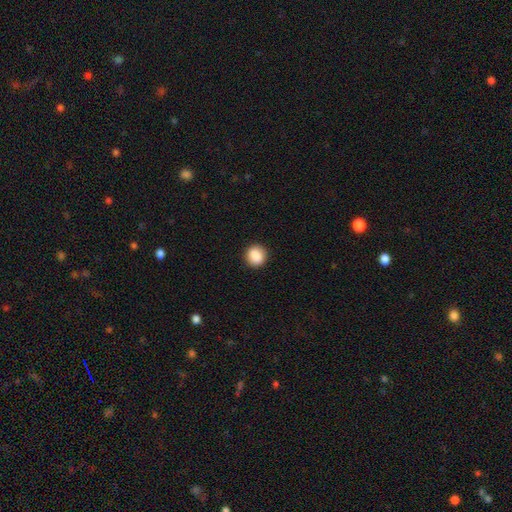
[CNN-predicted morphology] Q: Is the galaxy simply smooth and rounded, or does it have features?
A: smooth — 88%.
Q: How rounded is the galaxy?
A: round — 84%.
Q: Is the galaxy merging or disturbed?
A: none — 91%.